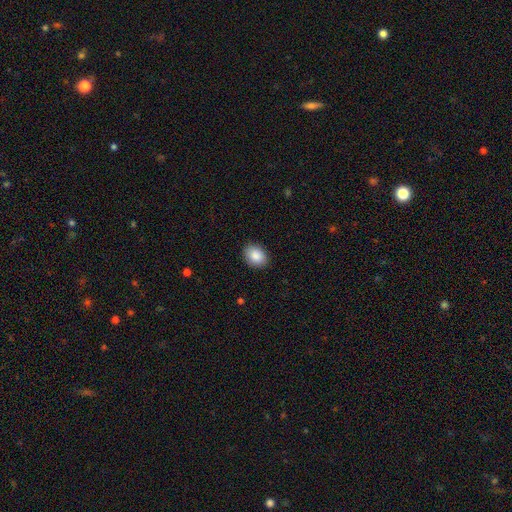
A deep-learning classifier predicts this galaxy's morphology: smooth 88%, star or artifact 7%, featured or disk 4%. Down the decision tree: how rounded — in between (62%); merging — none (89%).